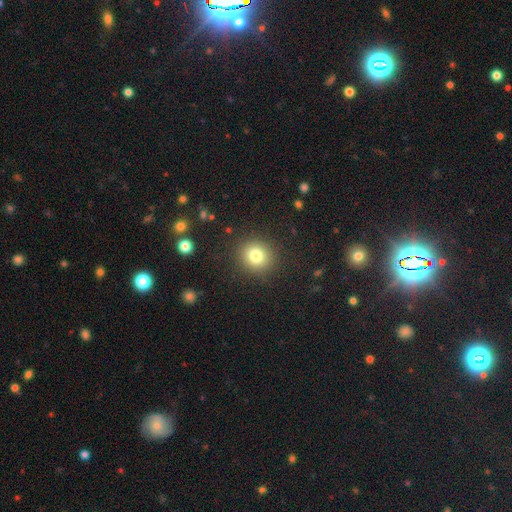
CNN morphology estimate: Smooth or featured? Predicted: smooth (p=0.79). How rounded? Predicted: round (p=0.87). Merging? Predicted: none (p=0.89).